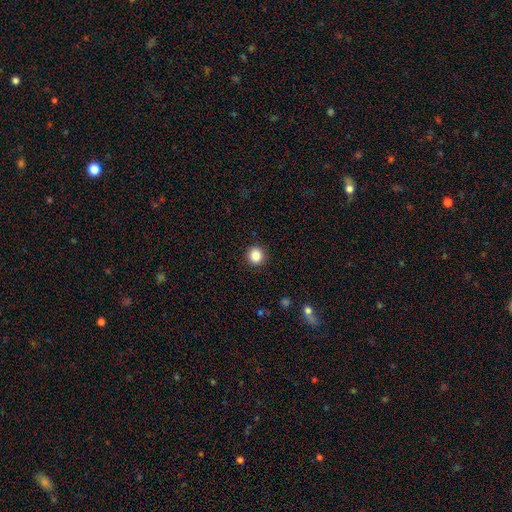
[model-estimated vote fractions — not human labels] Overall: smooth (87%). How rounded: round (93%). Merging: none (92%).